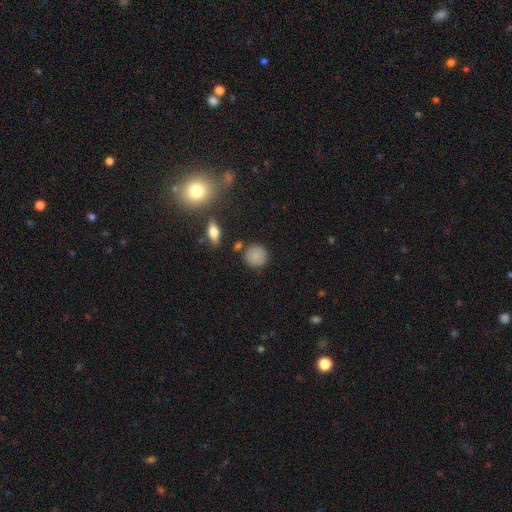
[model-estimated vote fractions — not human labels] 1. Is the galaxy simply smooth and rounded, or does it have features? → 80% smooth, 10% featured or disk, 10% star or artifact.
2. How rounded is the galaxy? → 92% round, 7% in between, 1% cigar-shaped.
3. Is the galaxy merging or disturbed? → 84% none, 10% minor disturbance, 3% merger, 3% major disturbance.